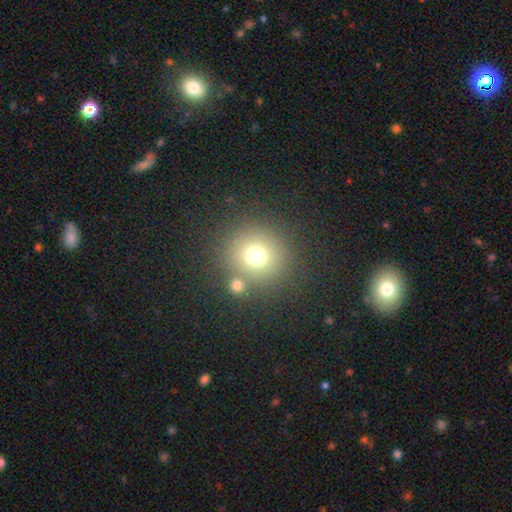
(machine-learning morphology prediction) The model was most divided on "smooth or featured": smooth: 72%, star or artifact: 18%, featured or disk: 10%. More confident: how rounded — round (92%); merging — none (74%).